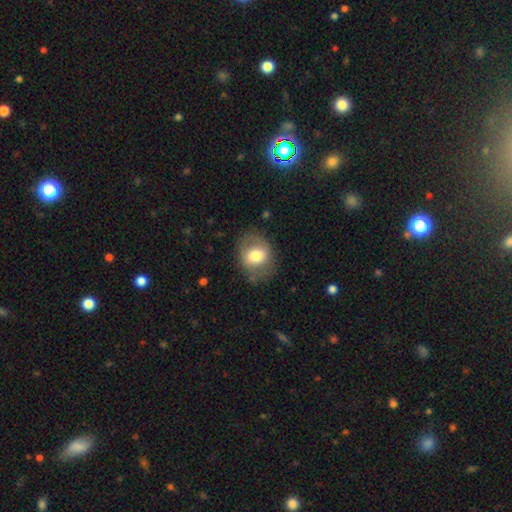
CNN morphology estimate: Smooth or featured? smooth (67%)
How rounded? in between (54%)
Merging? none (70%)